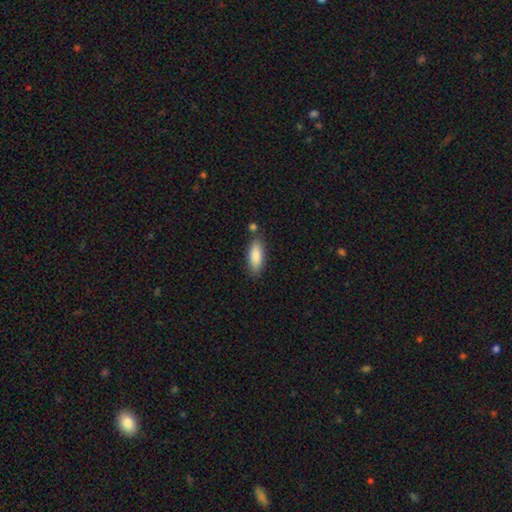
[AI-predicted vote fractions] This is clearly a smooth galaxy (87%). How rounded: likely in between (69%). Merging: likely none (76%).